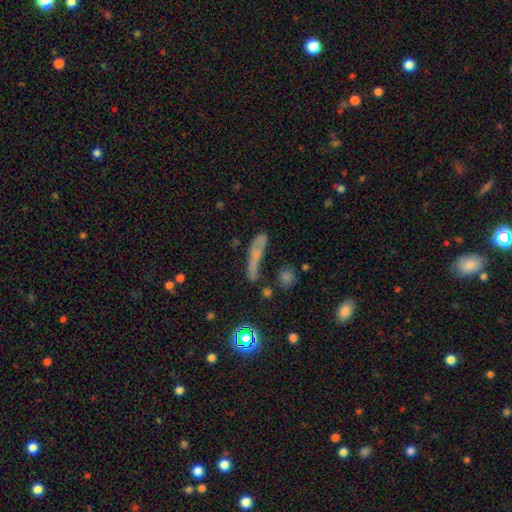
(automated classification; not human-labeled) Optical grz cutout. It shows a smooth galaxy with no disk features (46%). Merging: none (50%).